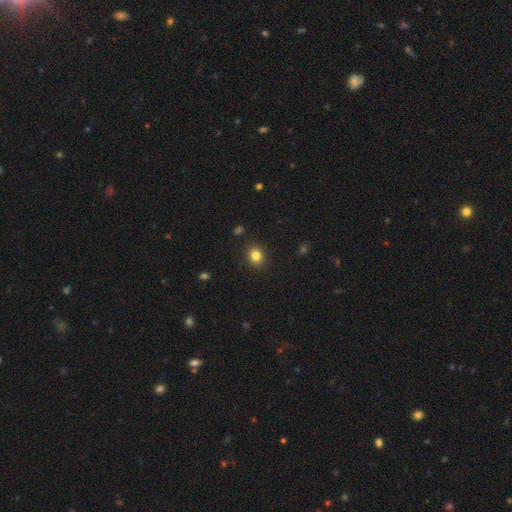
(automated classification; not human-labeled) Overall: smooth (83%). How rounded: round (71%). Merging: none (90%).